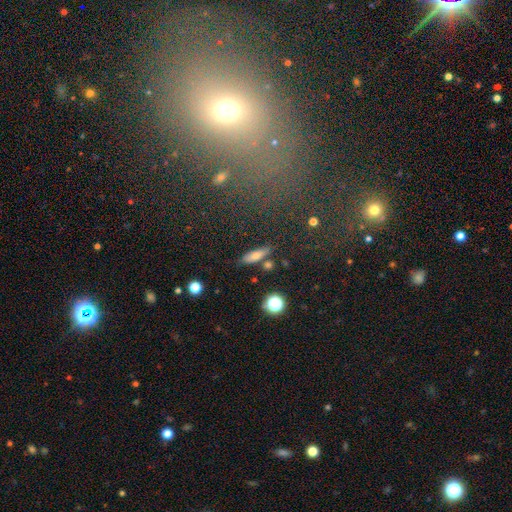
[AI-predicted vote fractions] Q: Smooth or featured?
A: smooth (73%); runner-up: featured or disk (17%)
Q: How rounded?
A: cigar-shaped (53%); runner-up: in between (41%)
Q: Merging?
A: none (75%); runner-up: minor disturbance (14%)